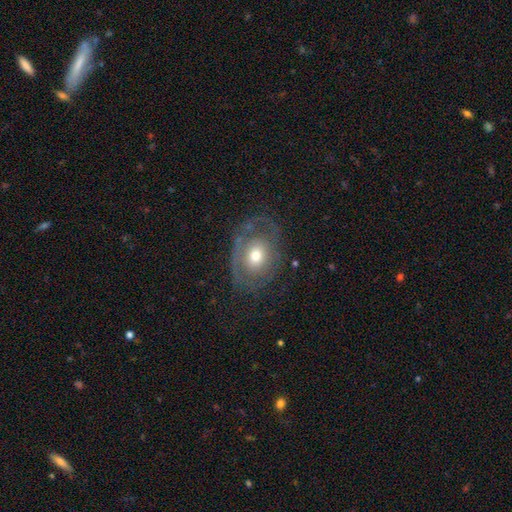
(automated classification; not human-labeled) smooth-or-featured: featured or disk: 53% | smooth: 39% | star or artifact: 8%
  disk-edge-on: no: 94% | yes: 6%
  merging: none: 61% | minor disturbance: 21% | major disturbance: 16% | merger: 2%